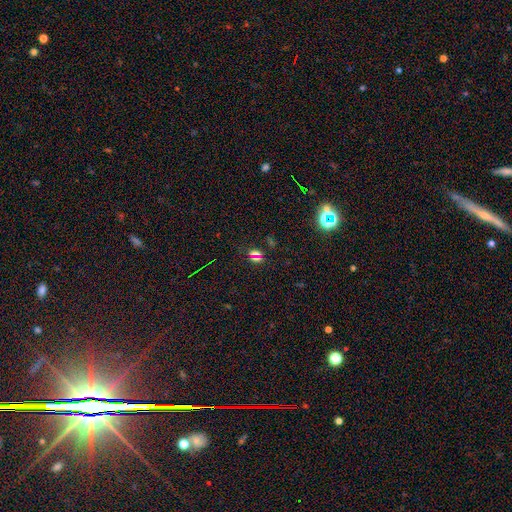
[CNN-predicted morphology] Q: Smooth or featured?
A: star or artifact (57%); runner-up: smooth (33%)